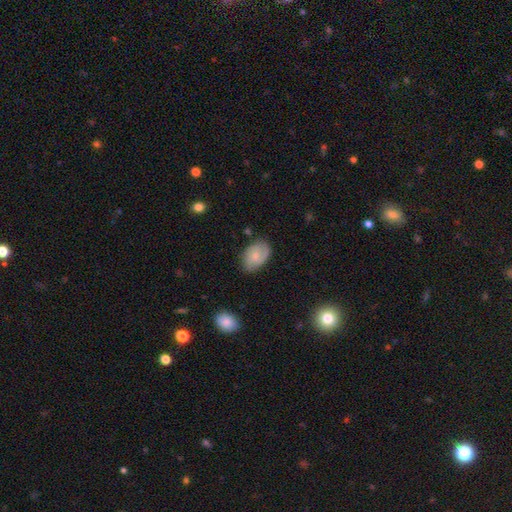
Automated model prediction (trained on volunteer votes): A smooth galaxy with no disk features (57%) that is in between round and cigar-shaped (82%).

Vote fractions:
- Smooth or featured? smooth: 57% / featured or disk: 36% / star or artifact: 7%
- How rounded? in between: 82% / round: 17% / cigar-shaped: 1%
- Merging? none: 71% / minor disturbance: 22% / major disturbance: 5% / merger: 2%